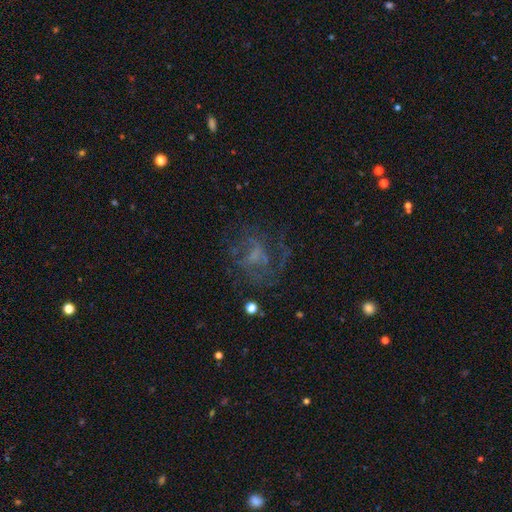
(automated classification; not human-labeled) Smooth or featured? Predicted: featured or disk (p=0.58). Edge-on disk? Predicted: no (p=0.97). Bar? Predicted: no (p=0.60). Spiral arms? Predicted: yes (p=0.59). Bulge size? Predicted: none (p=0.47). Merging? Predicted: none (p=0.53).